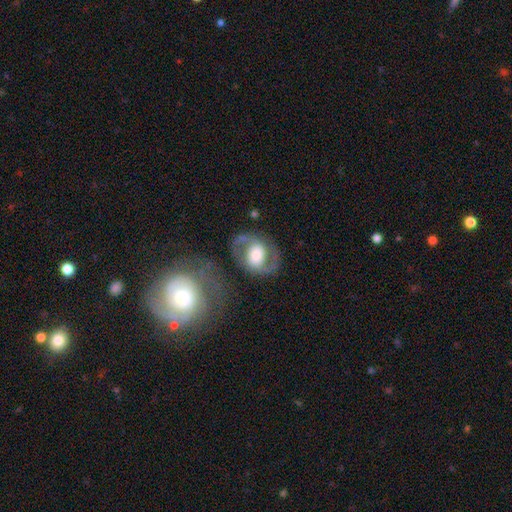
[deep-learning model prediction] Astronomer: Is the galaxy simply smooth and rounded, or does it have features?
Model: featured or disk — 71%.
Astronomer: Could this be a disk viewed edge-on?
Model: no — 97%.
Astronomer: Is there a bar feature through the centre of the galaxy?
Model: no — 47% (runner-up: weak, 34%).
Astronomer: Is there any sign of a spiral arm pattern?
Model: yes — 82%.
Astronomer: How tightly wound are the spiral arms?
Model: medium — 53%.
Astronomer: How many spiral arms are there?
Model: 2 — 89%.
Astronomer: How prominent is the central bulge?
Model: large — 46% (runner-up: moderate, 32%).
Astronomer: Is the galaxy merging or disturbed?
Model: none — 70%.